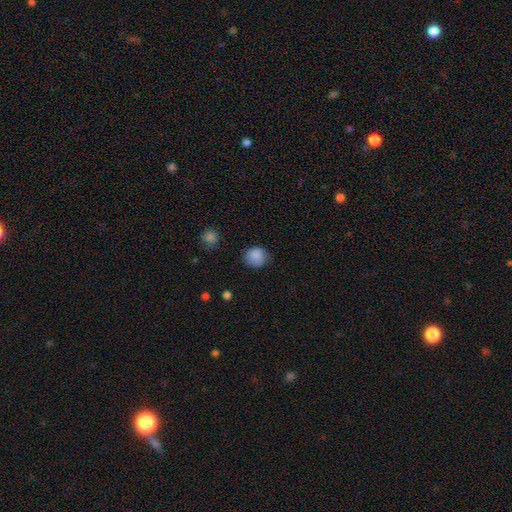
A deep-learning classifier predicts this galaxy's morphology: smooth 87%, star or artifact 9%, featured or disk 4%. Down the decision tree: how rounded — round (86%); merging — none (79%).